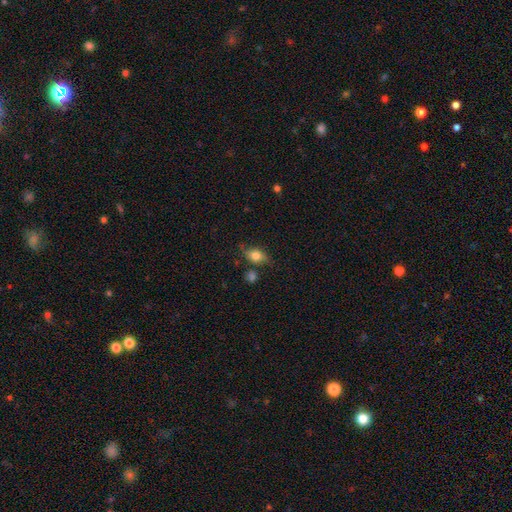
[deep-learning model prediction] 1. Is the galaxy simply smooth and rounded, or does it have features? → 74% smooth, 17% featured or disk, 9% star or artifact.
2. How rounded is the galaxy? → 72% in between, 23% round, 4% cigar-shaped.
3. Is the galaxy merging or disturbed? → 65% none, 23% minor disturbance, 6% major disturbance, 6% merger.